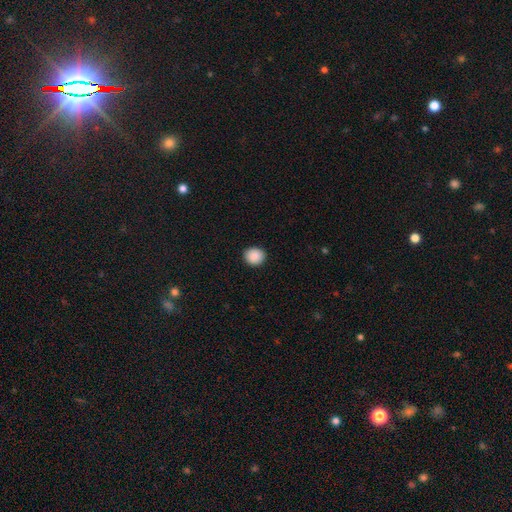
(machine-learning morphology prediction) type=smooth (90%); roundness=round (85%); merging=none (92%).